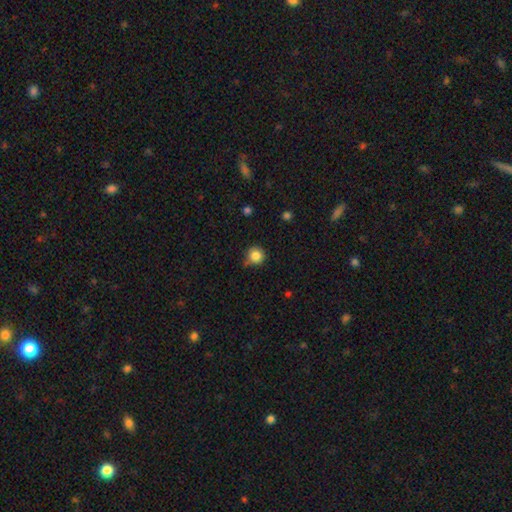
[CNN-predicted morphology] smooth_or_featured: smooth (p=0.84) [alt: star or artifact p=0.11]
how_rounded: round (p=0.94) [alt: in between p=0.05]
merging: none (p=0.75) [alt: minor disturbance p=0.16]